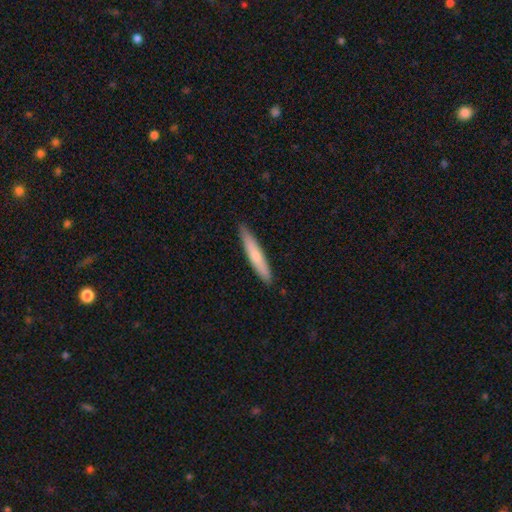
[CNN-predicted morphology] This appears to be a smooth galaxy with no disk features (67%) that is cigar-shaped (93%). Merging: none (90%).